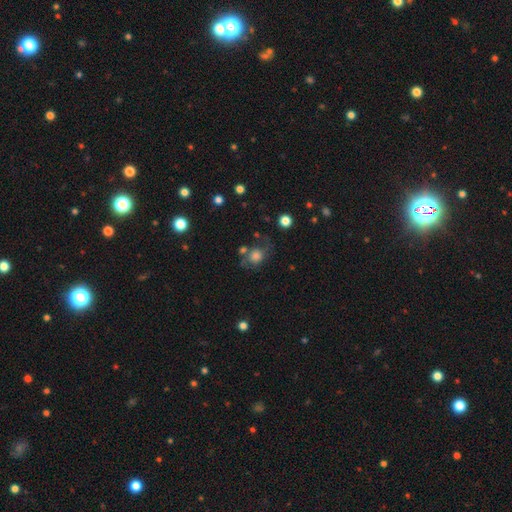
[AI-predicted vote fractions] Q: Smooth or featured?
A: smooth (56%); runner-up: featured or disk (32%)
Q: How rounded?
A: round (71%); runner-up: in between (28%)
Q: Merging?
A: none (51%); runner-up: minor disturbance (22%)